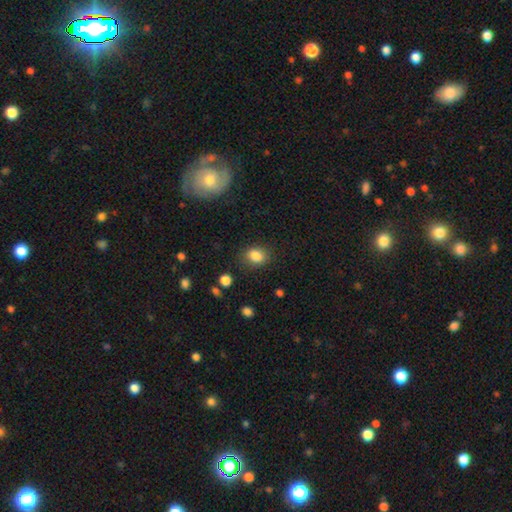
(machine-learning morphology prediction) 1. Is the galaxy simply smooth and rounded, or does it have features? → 85% smooth, 10% star or artifact, 5% featured or disk.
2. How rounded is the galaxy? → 62% in between, 37% round, 1% cigar-shaped.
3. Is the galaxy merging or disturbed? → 80% none, 14% minor disturbance, 4% major disturbance, 2% merger.